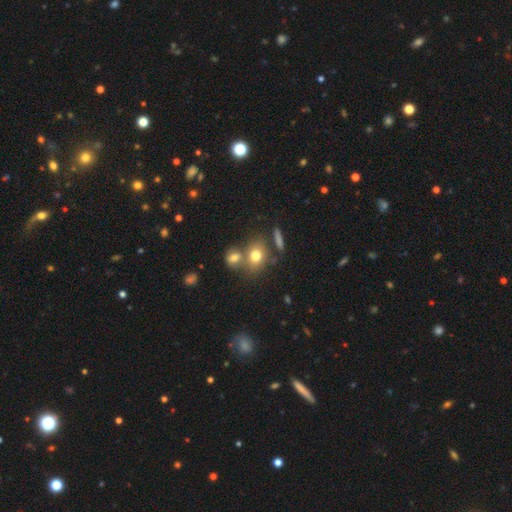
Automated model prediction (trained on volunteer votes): Morphology: type=smooth (75%); roundness=round (49%, tied with in between); merging=none (52%).